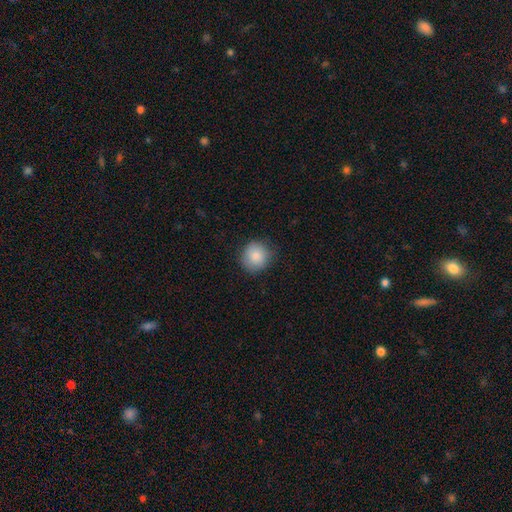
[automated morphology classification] Smooth or featured? Predicted: smooth (p=0.87). How rounded? Predicted: round (p=0.90). Merging? Predicted: none (p=0.83).